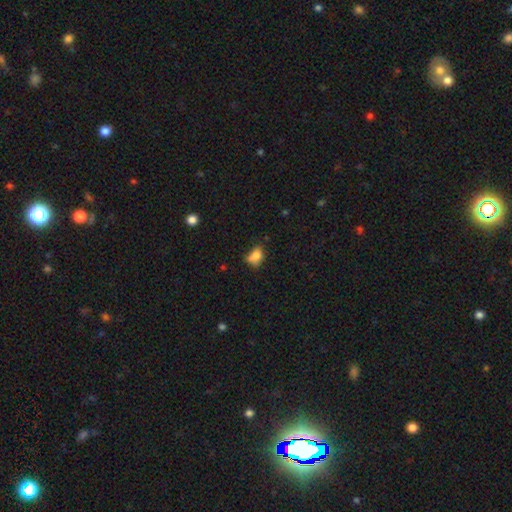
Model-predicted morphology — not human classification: A smooth galaxy with no disk features (78%) that is in between round and cigar-shaped (68%).

Vote fractions:
- Smooth or featured? smooth: 78% / star or artifact: 11% / featured or disk: 11%
- How rounded? in between: 68% / round: 30% / cigar-shaped: 2%
- Merging? none: 41% / minor disturbance: 33% / major disturbance: 13% / merger: 12%